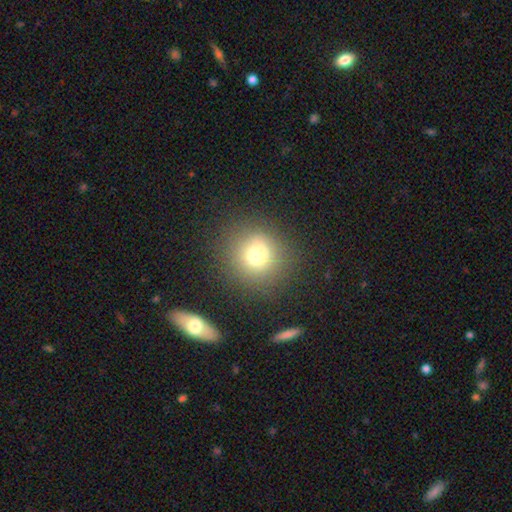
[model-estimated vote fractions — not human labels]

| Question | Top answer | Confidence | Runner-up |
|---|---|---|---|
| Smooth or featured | smooth | 68% | featured or disk (18%) |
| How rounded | round | 89% | in between (10%) |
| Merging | none | 63% | merger (19%) |